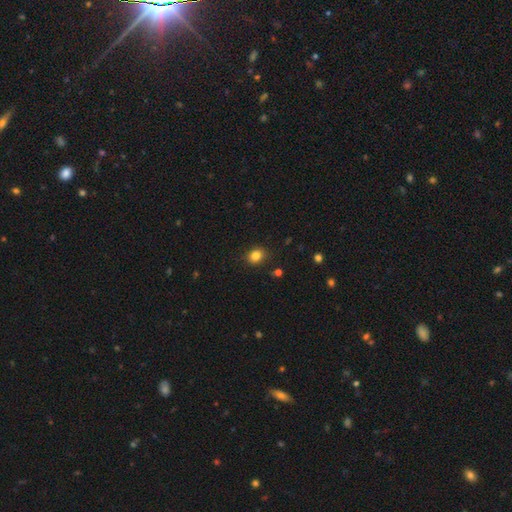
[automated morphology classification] Q: Smooth or featured?
A: smooth (83%); runner-up: star or artifact (12%)
Q: How rounded?
A: round (59%); runner-up: in between (40%)
Q: Merging?
A: none (87%); runner-up: minor disturbance (9%)